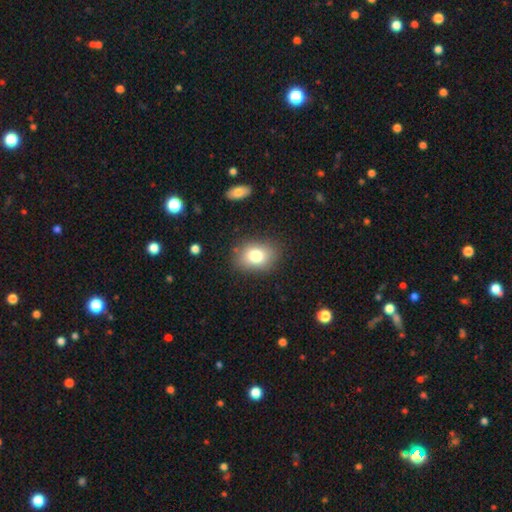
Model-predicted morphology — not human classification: The model was most divided on "how rounded": in between: 68%, round: 31%, cigar-shaped: 1%. More confident: merging — none (83%); smooth or featured — smooth (77%).